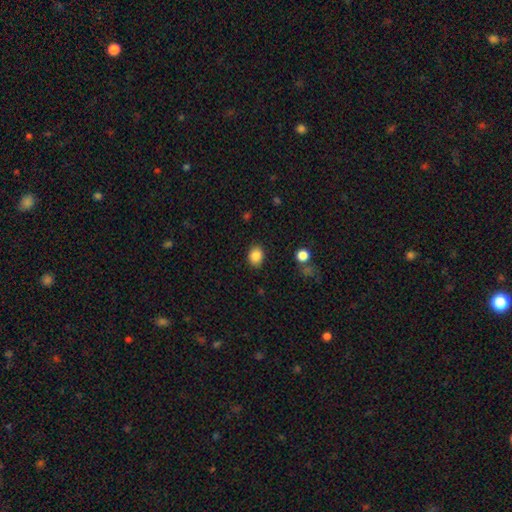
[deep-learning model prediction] A smooth galaxy with no disk features (86%) that is in between round and cigar-shaped (56%).

Vote fractions:
- Smooth or featured? smooth: 86% / star or artifact: 9% / featured or disk: 5%
- How rounded? in between: 56% / round: 43% / cigar-shaped: 1%
- Merging? none: 85% / minor disturbance: 10% / major disturbance: 3% / merger: 2%